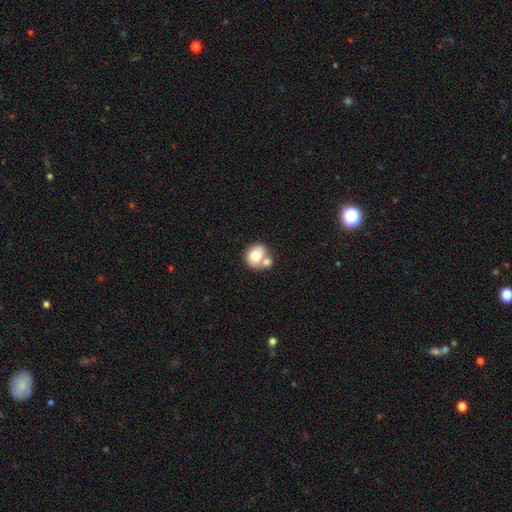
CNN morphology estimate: Smooth or featured? smooth (72%)
How rounded? round (68%)
Merging? merger (50%)